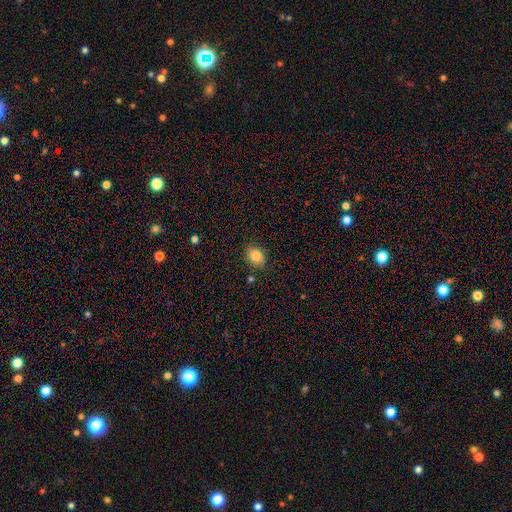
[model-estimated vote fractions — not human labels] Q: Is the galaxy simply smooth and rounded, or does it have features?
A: smooth — 84%.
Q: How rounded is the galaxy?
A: round — 50%.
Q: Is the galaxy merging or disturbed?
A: none — 83%.